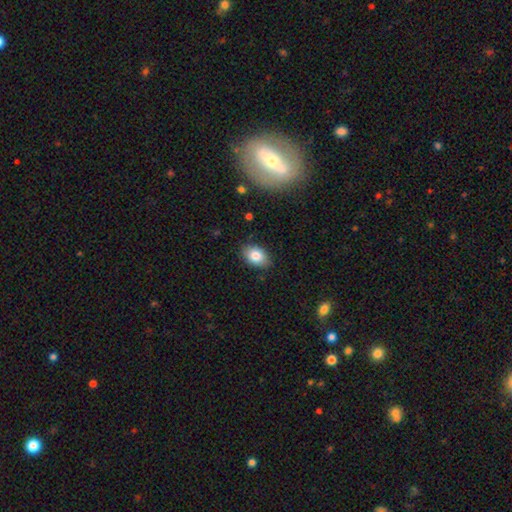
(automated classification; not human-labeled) smooth_or_featured: smooth (p=0.82) [alt: featured or disk p=0.10]
how_rounded: in between (p=0.82) [alt: round p=0.16]
merging: none (p=0.84) [alt: minor disturbance p=0.12]